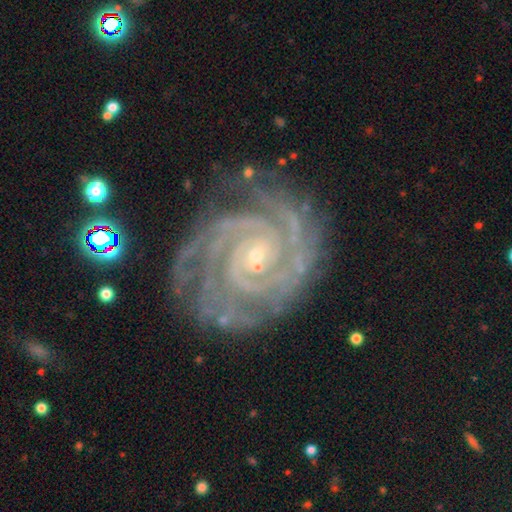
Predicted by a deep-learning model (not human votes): The model was most divided on "spiral arm count": 2: 36%, 3: 23%, 4: 15%, can't tell: 11%, more than 4: 8%, 1: 7%. More confident: spiral arms — yes (99%); edge-on disk — no (98%); smooth or featured — featured or disk (92%); bulge size — small (84%); spiral winding — tight (83%); merging — none (76%); bar — no (61%).